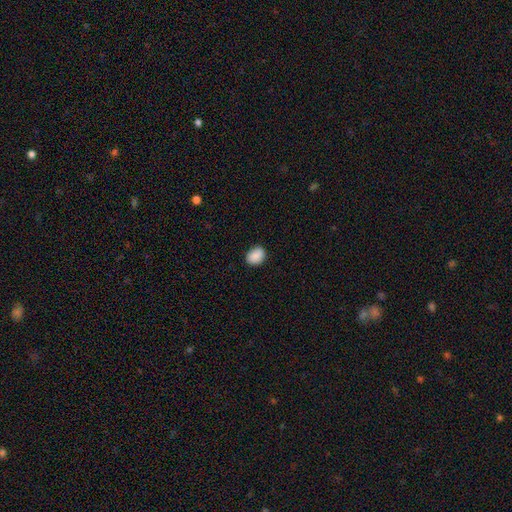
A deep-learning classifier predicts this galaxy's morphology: type=smooth (90%); roundness=in between (66%); merging=none (86%).